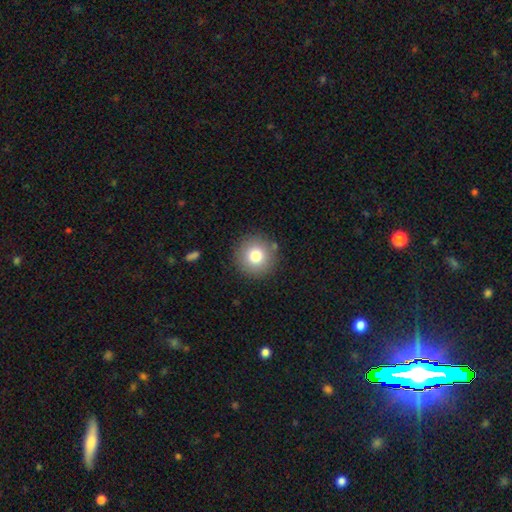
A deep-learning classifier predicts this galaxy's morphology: Overall: smooth (79%). How rounded: round (95%). Merging: none (87%).